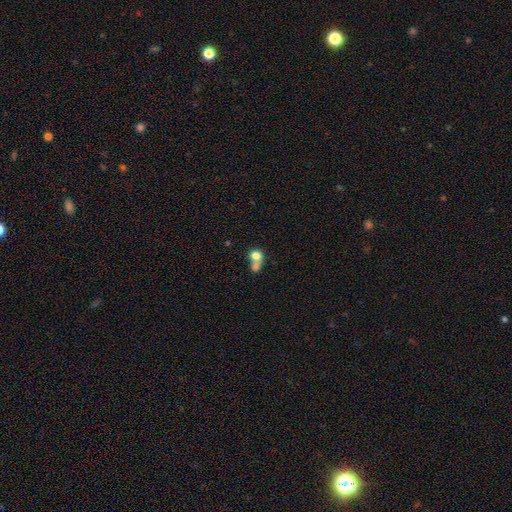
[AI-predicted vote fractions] Smooth or featured: smooth — 72% (featured or disk — 17%)
How rounded: round — 71% (in between — 28%)
Merging: merger — 65% (none — 23%)